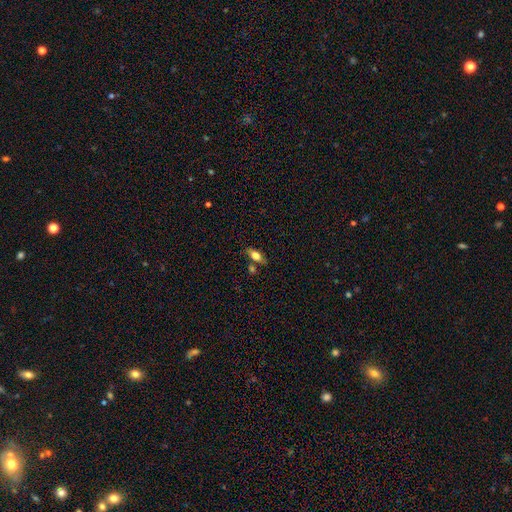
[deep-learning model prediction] Smooth or featured? Predicted: smooth (p=0.66). How rounded? Predicted: in between (p=0.79). Merging? Predicted: none (p=0.69).